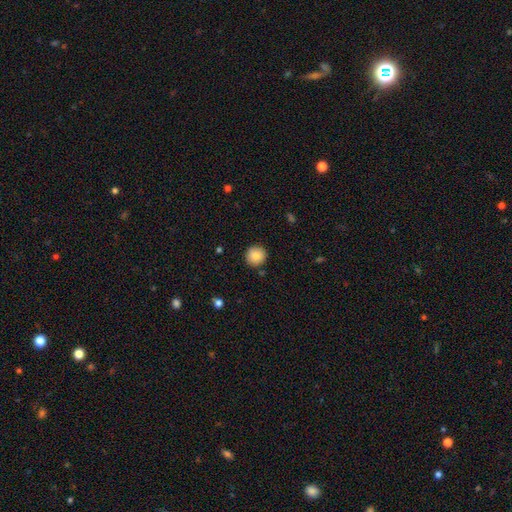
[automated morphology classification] smooth_or_featured: smooth (p=0.86) [alt: star or artifact p=0.08]
how_rounded: round (p=0.93) [alt: in between p=0.07]
merging: none (p=0.89) [alt: minor disturbance p=0.07]